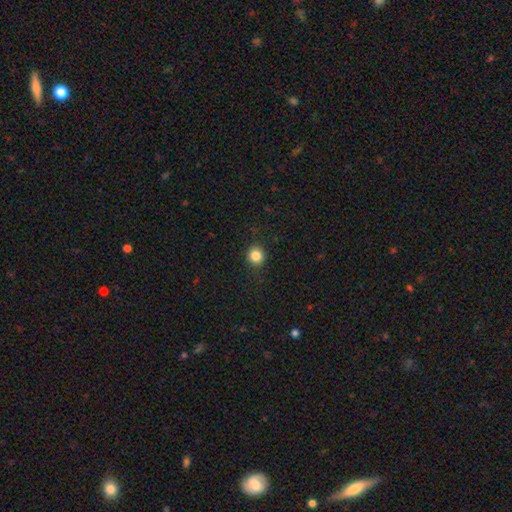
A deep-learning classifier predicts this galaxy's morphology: Smooth or featured? smooth (84%)
How rounded? round (88%)
Merging? none (90%)